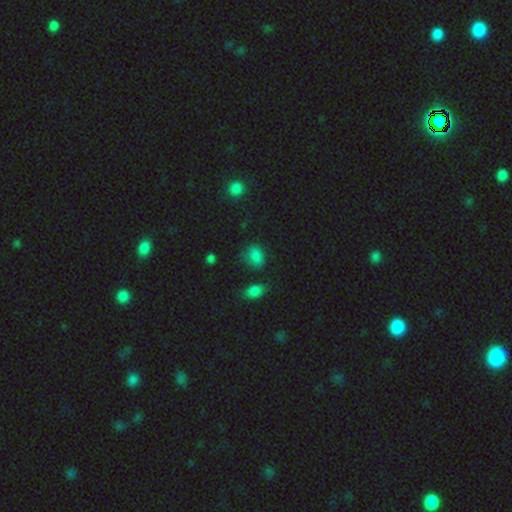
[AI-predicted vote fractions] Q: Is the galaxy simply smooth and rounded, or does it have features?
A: smooth — 77%.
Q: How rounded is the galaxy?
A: in between — 64%.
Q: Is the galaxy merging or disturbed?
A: none — 63%.